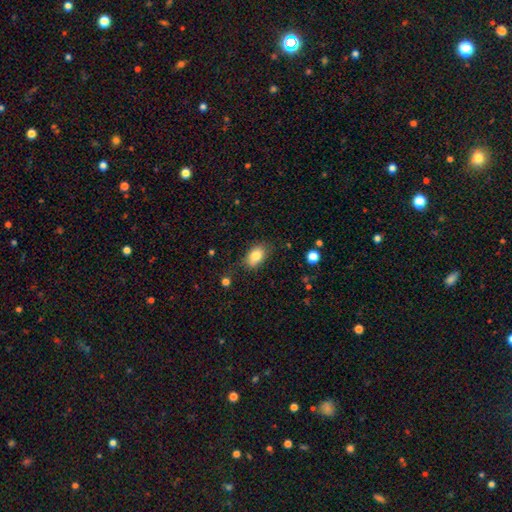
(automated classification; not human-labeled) This appears to be a smooth galaxy with no disk features (82%) that is in between round and cigar-shaped (87%). Merging: none (78%).